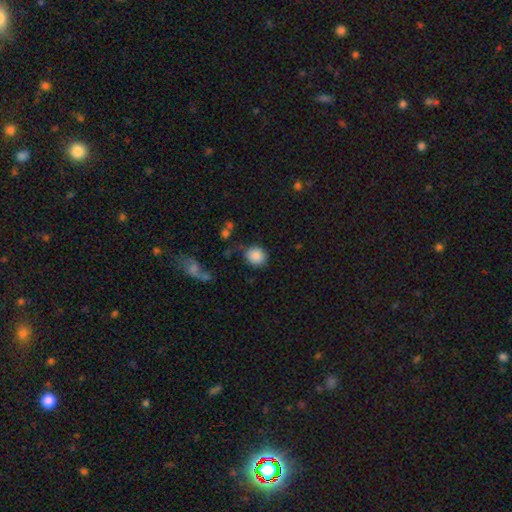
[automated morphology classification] Smooth or featured? Predicted: smooth (p=0.87). How rounded? Predicted: round (p=0.84). Merging? Predicted: none (p=0.76).